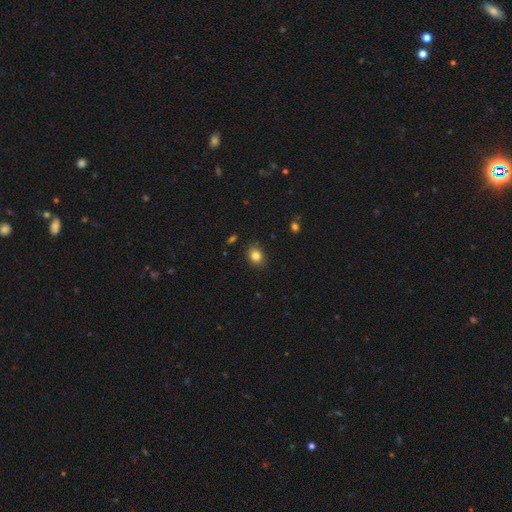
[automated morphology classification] This is clearly a smooth galaxy (82%). How rounded: possibly round (54%). Merging: clearly none (86%).